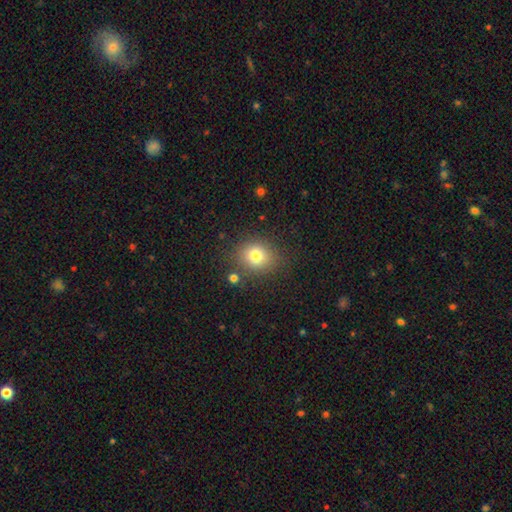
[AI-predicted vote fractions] Smooth or featured? smooth (77%)
How rounded? round (73%)
Merging? none (80%)